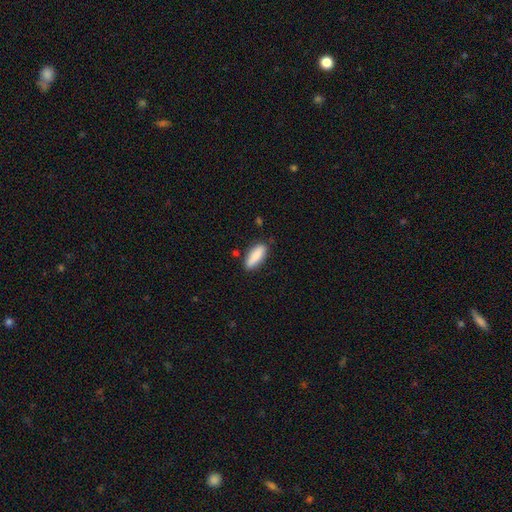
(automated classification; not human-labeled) smooth_or_featured: smooth (p=0.86) [alt: featured or disk p=0.08]
how_rounded: in between (p=0.59) [alt: cigar-shaped p=0.39]
merging: none (p=0.81) [alt: minor disturbance p=0.14]